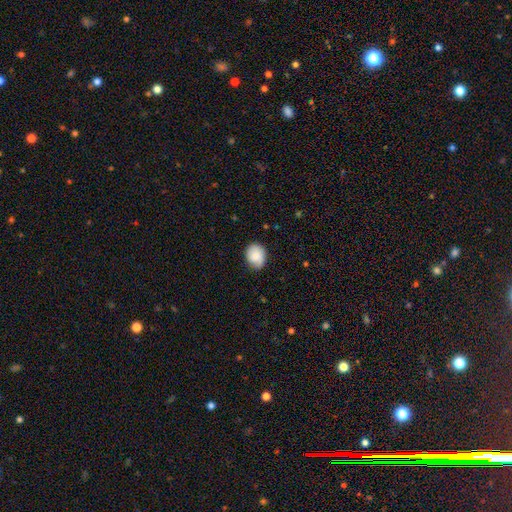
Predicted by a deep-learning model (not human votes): Morphology: type=smooth (82%); roundness=round (51%); merging=none (77%).